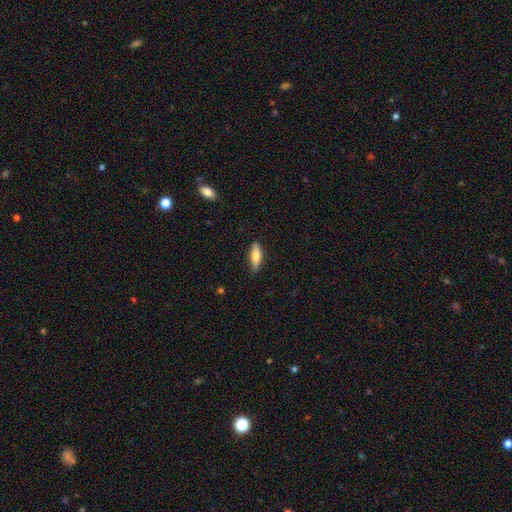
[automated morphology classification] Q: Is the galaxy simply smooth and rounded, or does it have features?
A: smooth — 65%.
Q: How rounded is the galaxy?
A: cigar-shaped — 51%.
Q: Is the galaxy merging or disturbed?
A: none — 86%.